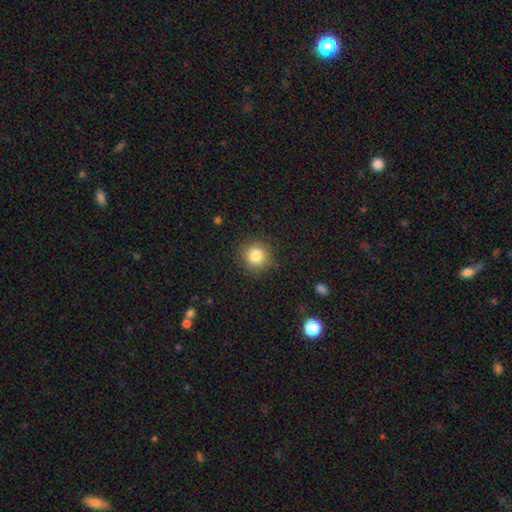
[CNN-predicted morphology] Smooth or featured? smooth (83%)
How rounded? round (92%)
Merging? none (89%)